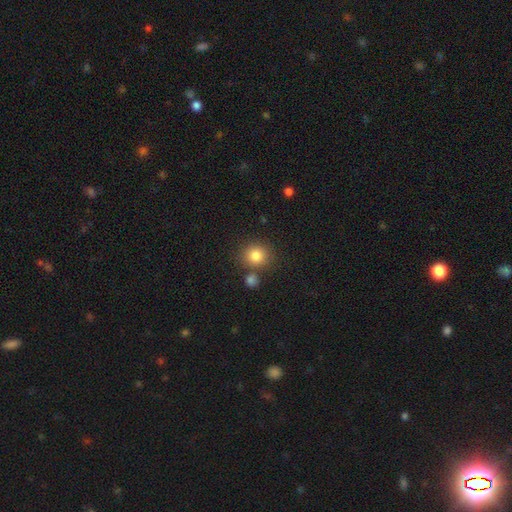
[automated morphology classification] smooth-or-featured: smooth: 83% | star or artifact: 10% | featured or disk: 6%
  how-rounded: round: 83% | in between: 16% | cigar-shaped: 1%
  merging: none: 74% | merger: 13% | minor disturbance: 10% | major disturbance: 3%